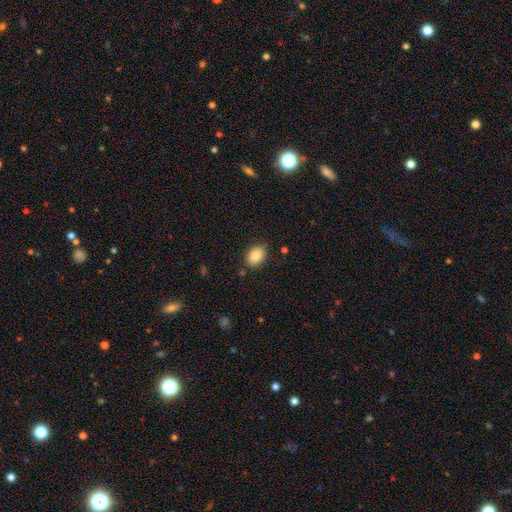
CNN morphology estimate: Smooth or featured?
  - smooth: 87% *
  - star or artifact: 8%
  - featured or disk: 5%
How rounded?
  - in between: 78% *
  - round: 21%
  - cigar-shaped: 1%
Merging?
  - none: 81% *
  - minor disturbance: 14%
  - major disturbance: 3%
  - merger: 2%